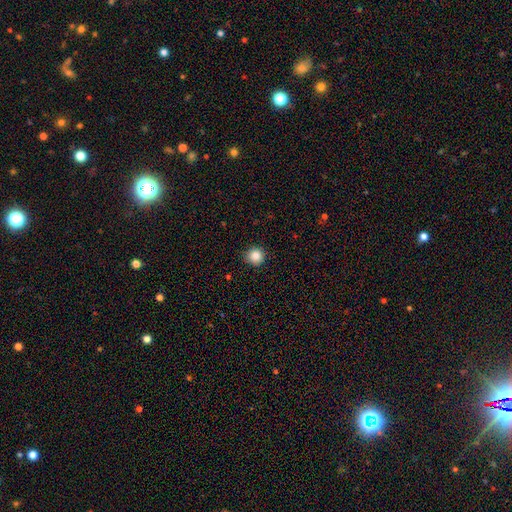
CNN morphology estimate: This is clearly a smooth galaxy (85%). How rounded: clearly round (94%). Merging: clearly none (88%).